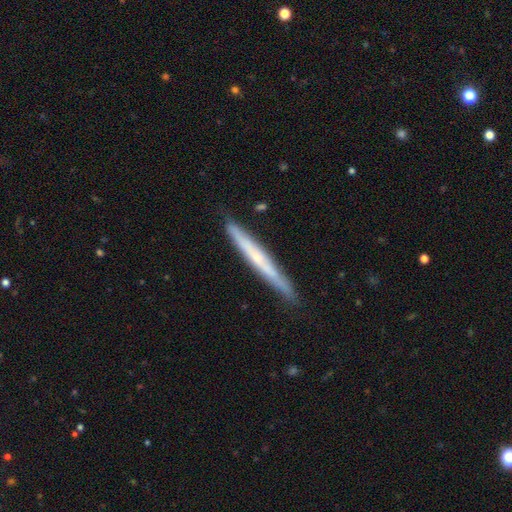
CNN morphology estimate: Smooth or featured: featured or disk — 55% (smooth — 39%)
Edge-on disk: yes — 94% (no — 6%)
Edge-on bulge: none — 57% (rounded — 39%)
Merging: none — 87% (minor disturbance — 10%)